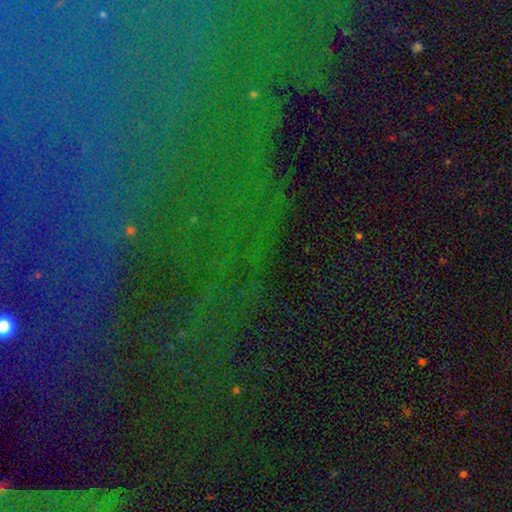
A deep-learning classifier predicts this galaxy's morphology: Smooth or featured? Predicted: star or artifact (p=0.82).